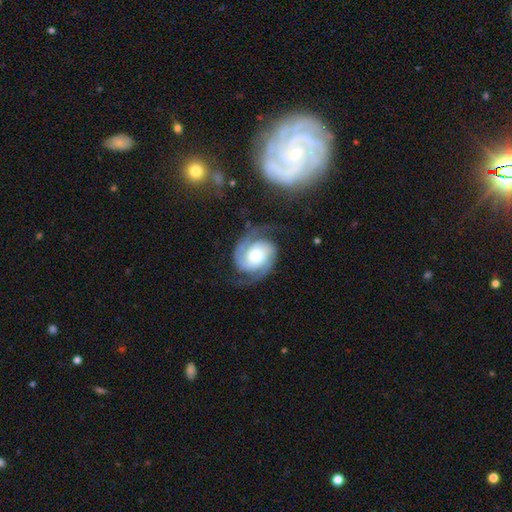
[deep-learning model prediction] A featured or disk galaxy (90%) with no bar (69%), 2 (92%) medium (44%, tied with tight) spiral arms (98%) and a moderate central bulge (61%). Merging: none (73%).